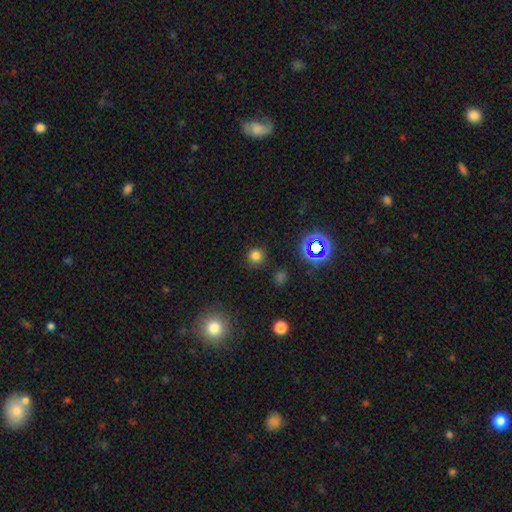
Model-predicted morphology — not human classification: type=smooth (73%); roundness=round (93%); merging=none (88%).